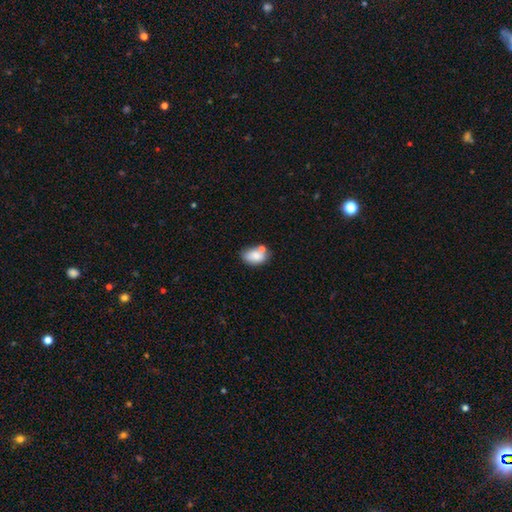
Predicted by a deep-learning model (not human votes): Smooth or featured: smooth — 81% (featured or disk — 11%)
How rounded: in between — 87% (round — 12%)
Merging: none — 55% (merger — 22%)